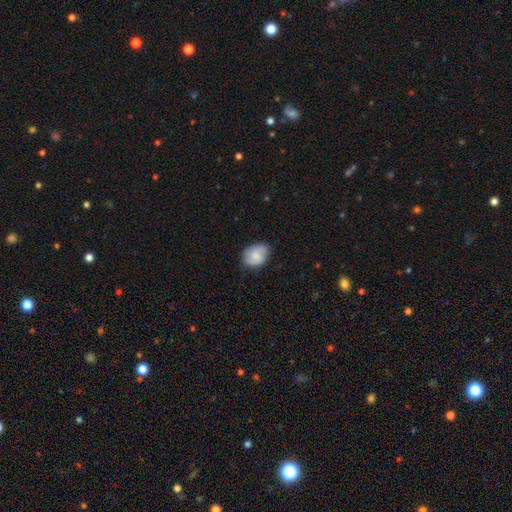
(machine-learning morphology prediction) The model was most divided on "how rounded": in between: 62%, round: 37%, cigar-shaped: 1%. More confident: merging — none (71%); smooth or featured — smooth (68%).